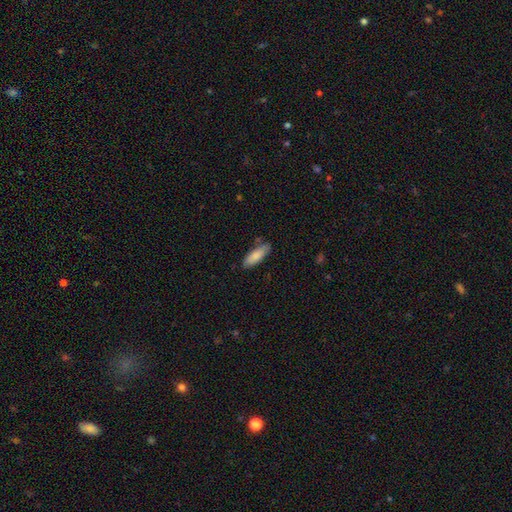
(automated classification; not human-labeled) A smooth galaxy with no disk features (83%) that is in between round and cigar-shaped (60%).

Vote fractions:
- Smooth or featured? smooth: 83% / featured or disk: 11% / star or artifact: 6%
- How rounded? in between: 60% / cigar-shaped: 38% / round: 2%
- Merging? none: 80% / minor disturbance: 15% / merger: 3% / major disturbance: 3%